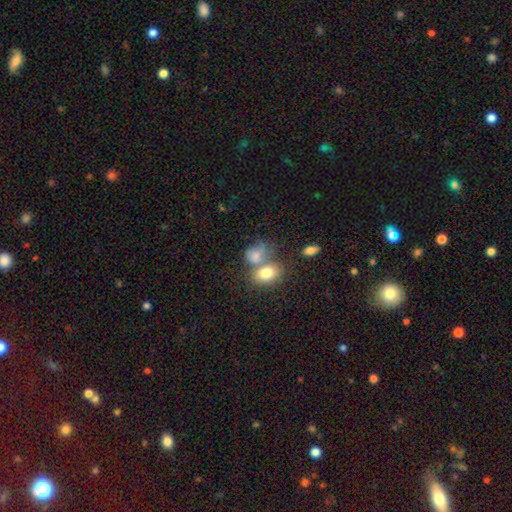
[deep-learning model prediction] Overall: smooth (72%). How rounded: in between (66%; round 32%). Merging: merger (47%; none 31%).